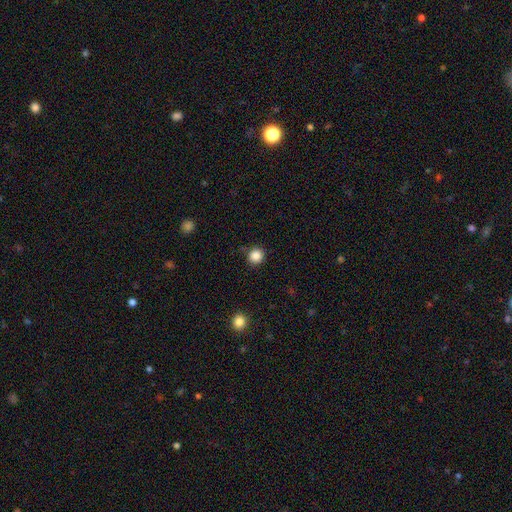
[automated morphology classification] Smooth or featured? smooth (86%)
How rounded? round (93%)
Merging? none (87%)